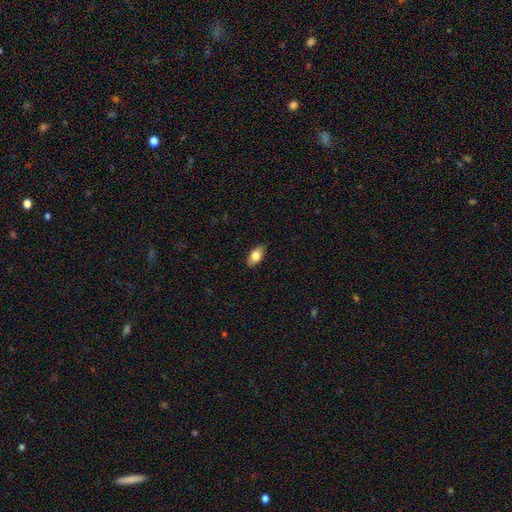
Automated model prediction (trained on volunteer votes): The model was most divided on "smooth or featured": smooth: 78%, featured or disk: 16%, star or artifact: 7%. More confident: how rounded — in between (90%); merging — none (88%).